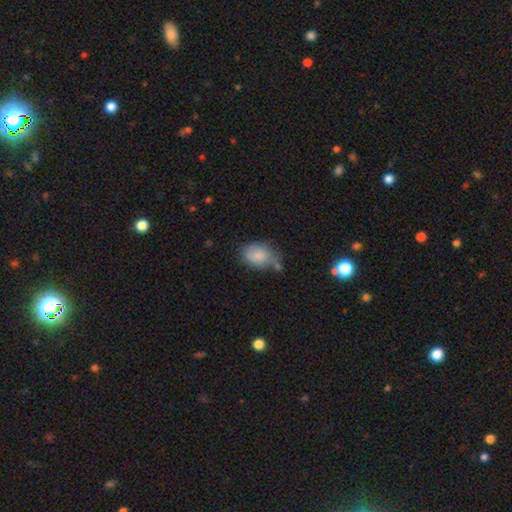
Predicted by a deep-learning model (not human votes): smooth_or_featured: smooth (p=0.79) [alt: featured or disk p=0.11]
how_rounded: in between (p=0.79) [alt: round p=0.19]
merging: none (p=0.56) [alt: minor disturbance p=0.28]